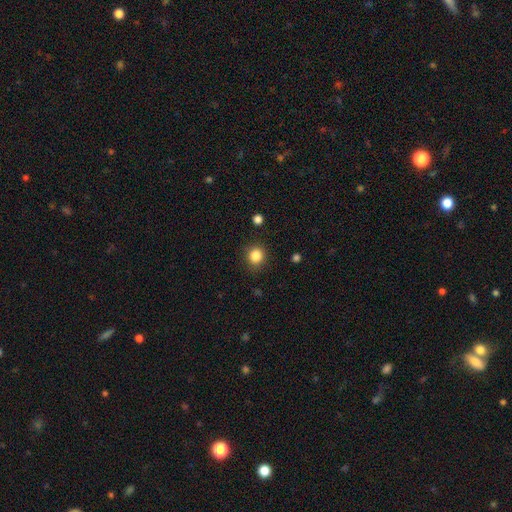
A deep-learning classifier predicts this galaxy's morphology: Smooth or featured?
  - smooth: 85% *
  - star or artifact: 11%
  - featured or disk: 4%
How rounded?
  - round: 88% *
  - in between: 11%
  - cigar-shaped: 1%
Merging?
  - none: 88% *
  - minor disturbance: 8%
  - major disturbance: 3%
  - merger: 1%